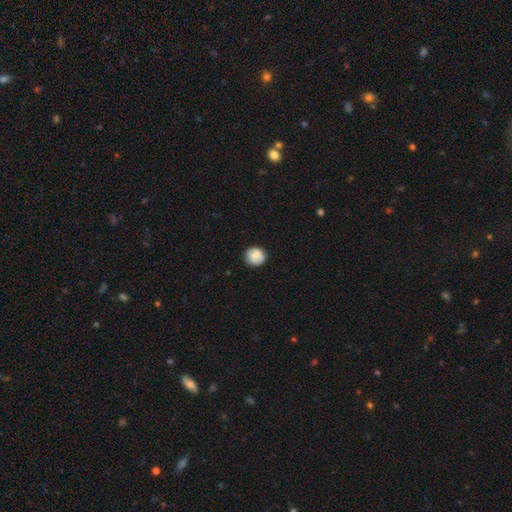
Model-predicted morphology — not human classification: type=smooth (80%); roundness=round (86%); merging=none (81%).